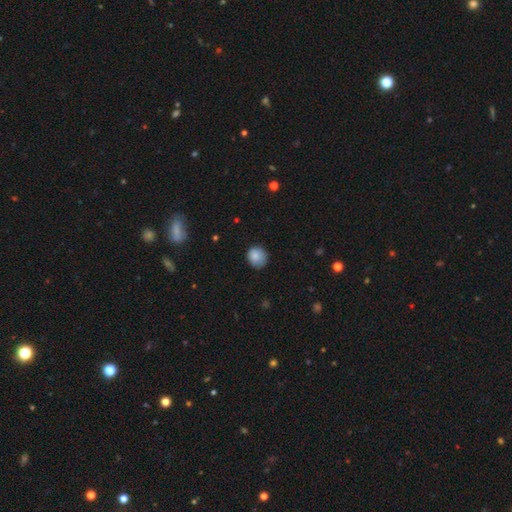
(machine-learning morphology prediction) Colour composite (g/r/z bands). It shows a smooth galaxy with no disk features (85%) that is round (82%). Merging: none (71%).